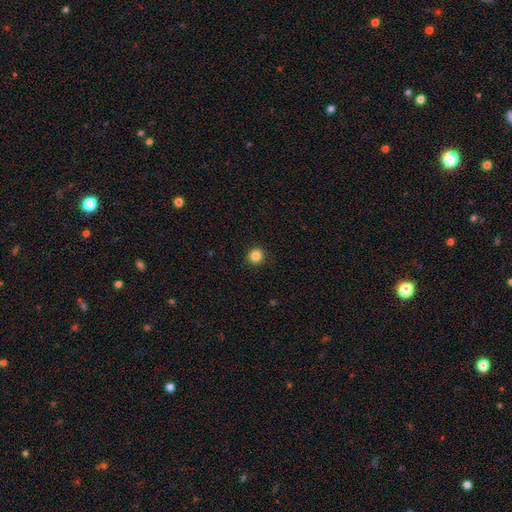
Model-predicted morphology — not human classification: Smooth or featured? smooth (86%)
How rounded? round (94%)
Merging? none (93%)